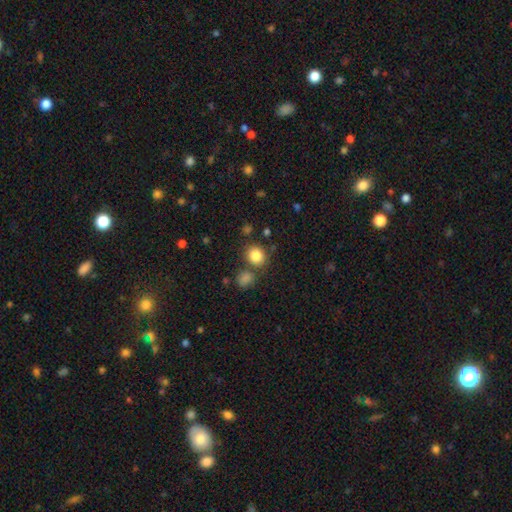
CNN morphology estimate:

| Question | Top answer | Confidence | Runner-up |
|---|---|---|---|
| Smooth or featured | smooth | 84% | star or artifact (11%) |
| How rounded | round | 79% | in between (20%) |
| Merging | none | 77% | merger (11%) |